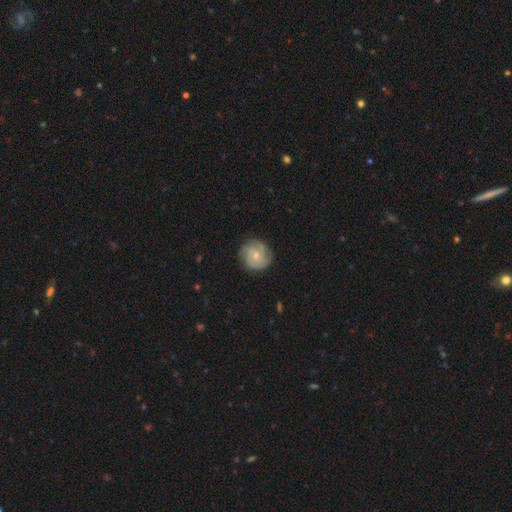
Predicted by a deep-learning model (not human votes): A featured or disk galaxy (77%) with no bar (65%), 2 (38%) tight (64%) spiral arms (96%) and a small central bulge (62%). Merging: none (82%).